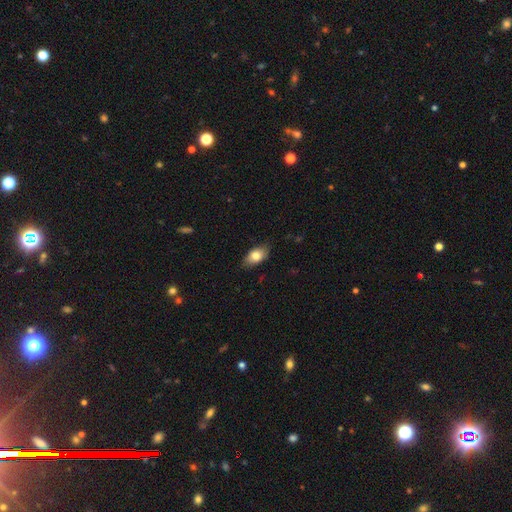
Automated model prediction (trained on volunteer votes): smooth 79%, featured or disk 14%, star or artifact 7%. Down the decision tree: how rounded — in between (89%); merging — none (80%).